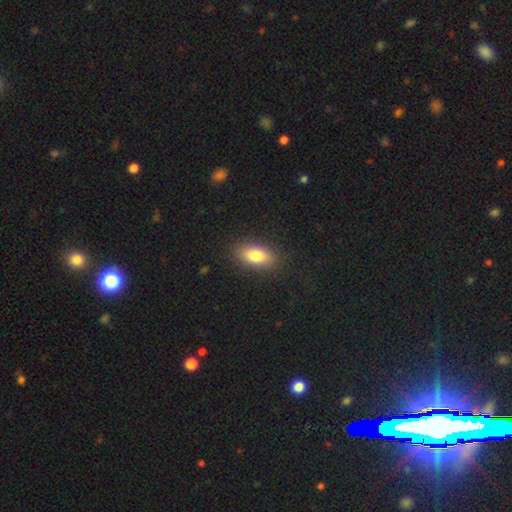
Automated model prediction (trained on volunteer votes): A smooth galaxy with no disk features (82%) that is in between round and cigar-shaped (88%). Merging: none (87%).